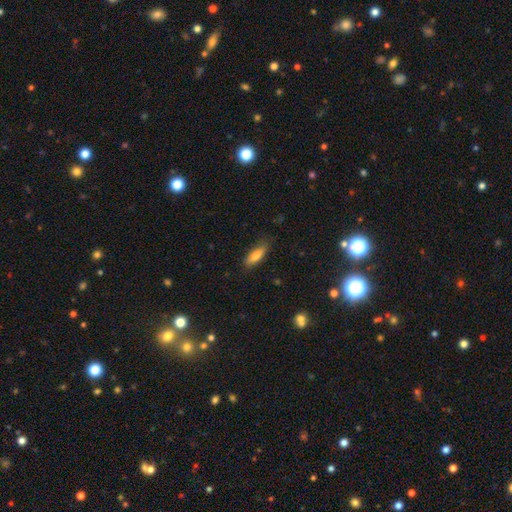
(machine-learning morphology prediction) The model was most divided on "how rounded": in between: 59%, cigar-shaped: 39%, round: 2%. More confident: smooth or featured — smooth (79%); merging — none (79%).